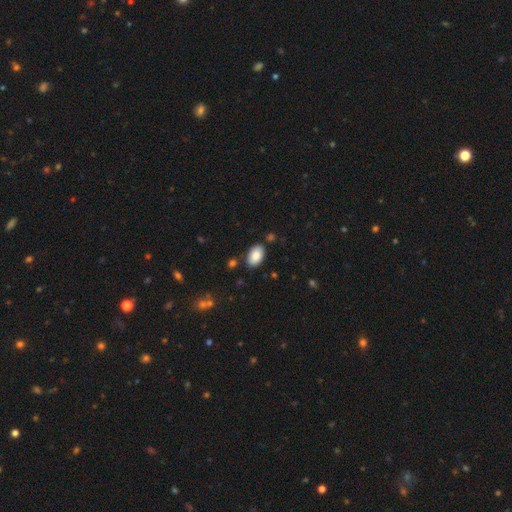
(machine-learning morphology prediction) Smooth or featured: smooth — 86% (star or artifact — 7%)
How rounded: in between — 93% (round — 6%)
Merging: none — 85% (minor disturbance — 10%)